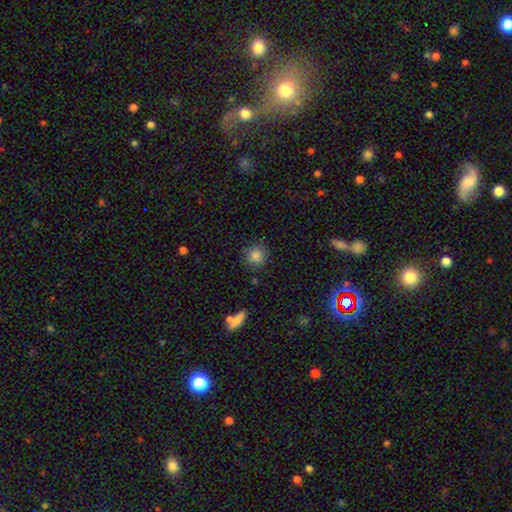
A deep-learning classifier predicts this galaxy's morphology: smooth 84%, star or artifact 11%, featured or disk 5%. Down the decision tree: how rounded — round (91%); merging — none (83%).